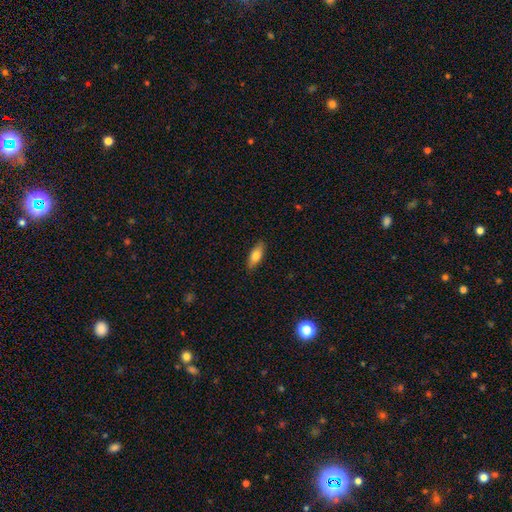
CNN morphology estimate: Overall: smooth (78%). How rounded: in between (73%). Merging: none (88%).